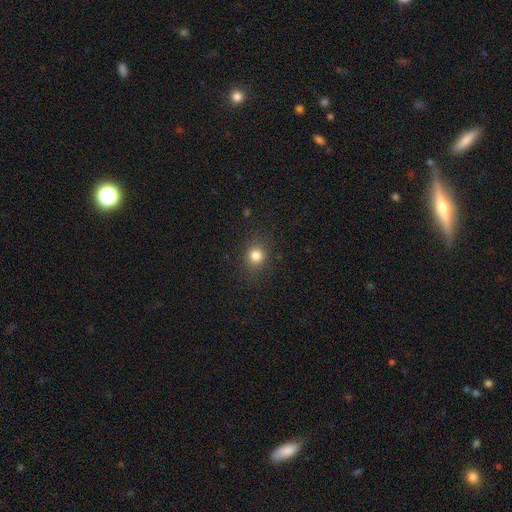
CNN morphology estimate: Q: Smooth or featured?
A: smooth (81%); runner-up: star or artifact (13%)
Q: How rounded?
A: round (76%); runner-up: in between (23%)
Q: Merging?
A: none (87%); runner-up: minor disturbance (9%)